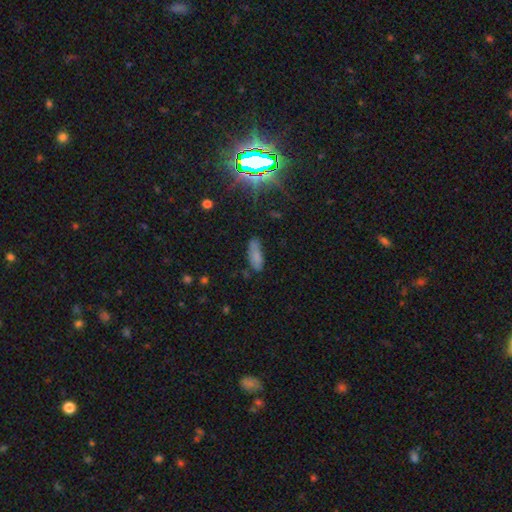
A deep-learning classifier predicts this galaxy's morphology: Smooth or featured?
  - smooth: 76% *
  - star or artifact: 14%
  - featured or disk: 10%
How rounded?
  - in between: 69% *
  - cigar-shaped: 29%
  - round: 2%
Merging?
  - none: 65% *
  - minor disturbance: 23%
  - major disturbance: 7%
  - merger: 5%